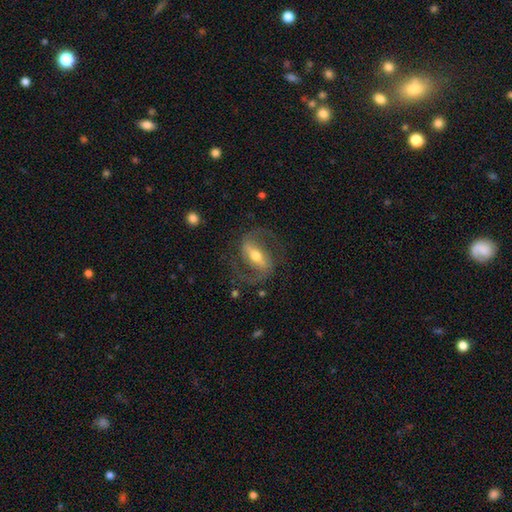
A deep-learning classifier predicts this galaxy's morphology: Smooth or featured? Predicted: featured or disk (p=0.89). Edge-on disk? Predicted: no (p=0.96). Bar? Predicted: strong (p=0.64). Spiral arms? Predicted: yes (p=0.96). Spiral winding? Predicted: medium (p=0.60). Spiral arm count? Predicted: 2 (p=0.93). Bulge size? Predicted: moderate (p=0.63). Merging? Predicted: none (p=0.77).